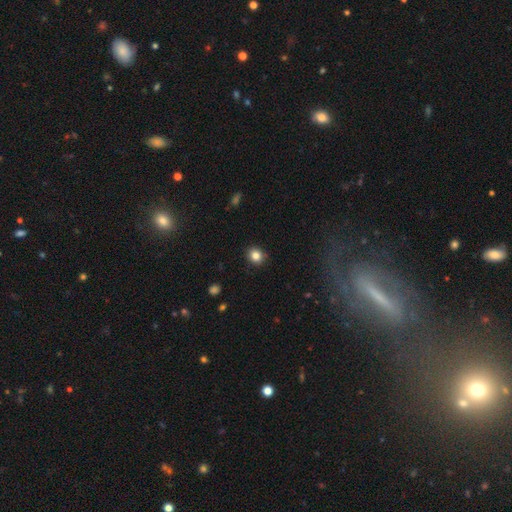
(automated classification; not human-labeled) Smooth or featured: smooth — 84% (star or artifact — 11%)
How rounded: round — 77% (in between — 22%)
Merging: none — 90% (minor disturbance — 7%)